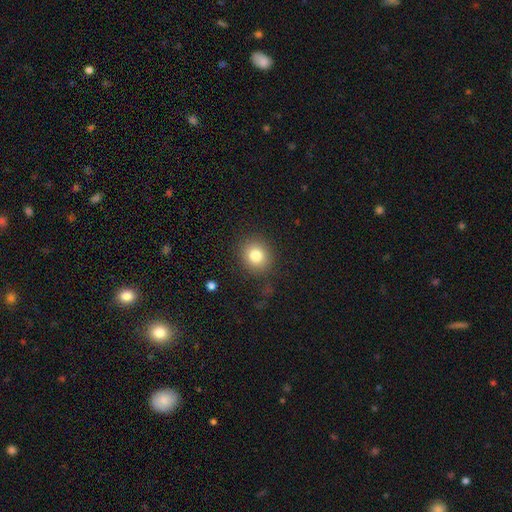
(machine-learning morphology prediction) smooth 81%, star or artifact 11%, featured or disk 8%. Down the decision tree: how rounded — round (78%); merging — none (85%).